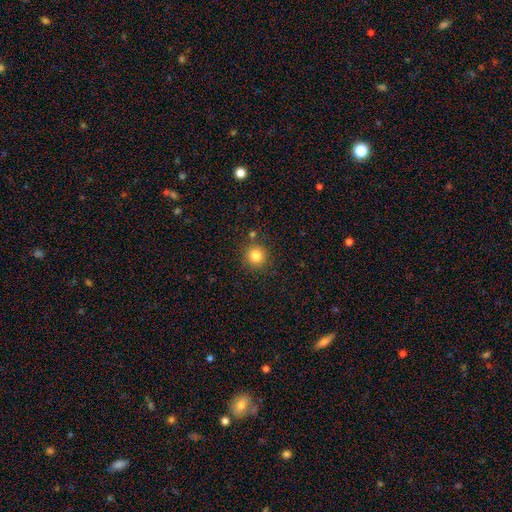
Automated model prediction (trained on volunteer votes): Q: Smooth or featured?
A: smooth (82%); runner-up: star or artifact (12%)
Q: How rounded?
A: round (93%); runner-up: in between (6%)
Q: Merging?
A: none (84%); runner-up: minor disturbance (8%)